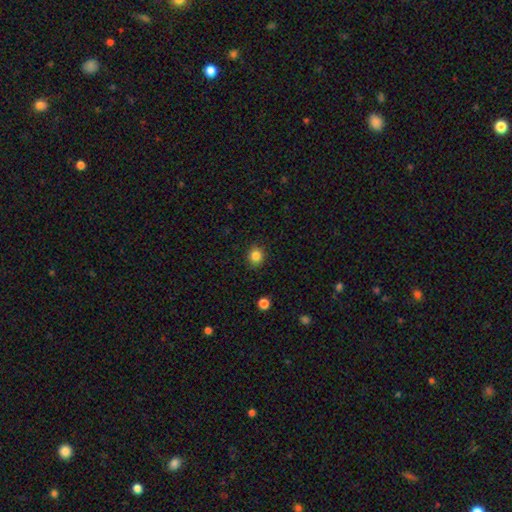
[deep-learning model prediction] A smooth galaxy with no disk features (84%) that is round (81%). Merging: none (89%).